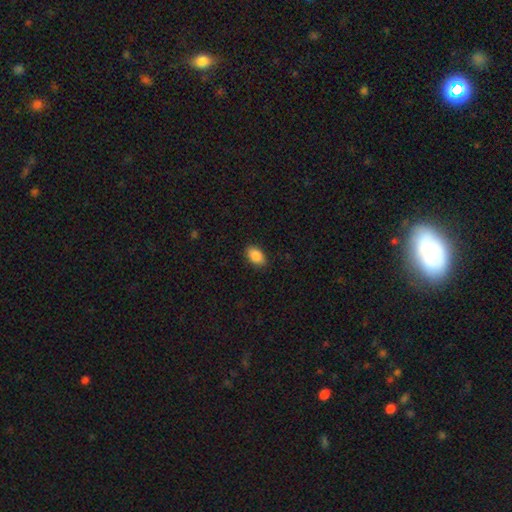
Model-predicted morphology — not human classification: smooth_or_featured: smooth (p=0.89) [alt: star or artifact p=0.07]
how_rounded: in between (p=0.92) [alt: round p=0.07]
merging: none (p=0.88) [alt: minor disturbance p=0.09]